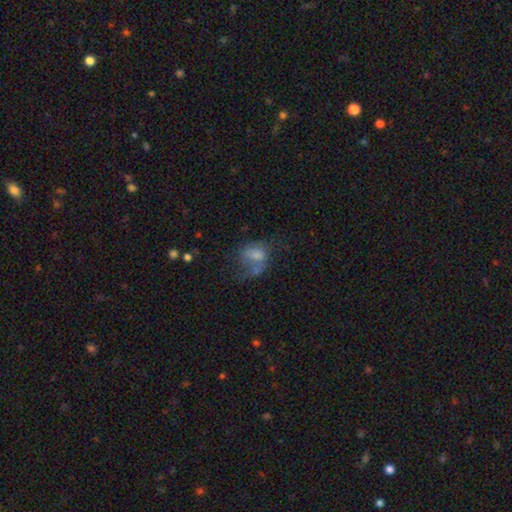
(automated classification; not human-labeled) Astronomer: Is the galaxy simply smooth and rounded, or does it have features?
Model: smooth — 55% (runner-up: featured or disk, 32%).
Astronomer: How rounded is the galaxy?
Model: in between — 68%.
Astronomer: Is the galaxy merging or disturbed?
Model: major disturbance — 42% (runner-up: none, 26%).